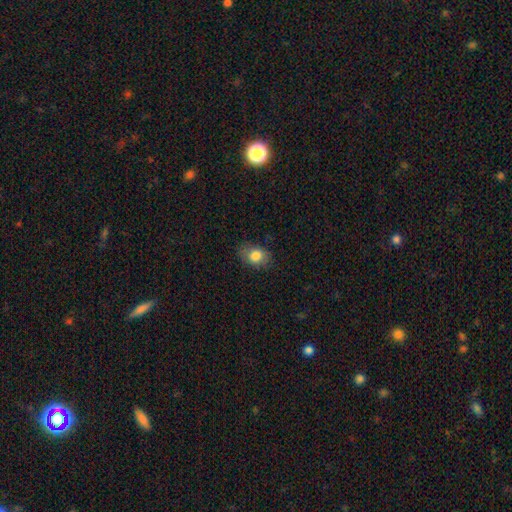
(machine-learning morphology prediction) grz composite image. It shows a smooth galaxy with no disk features (81%) that is in between round and cigar-shaped (71%). Merging: none (78%).